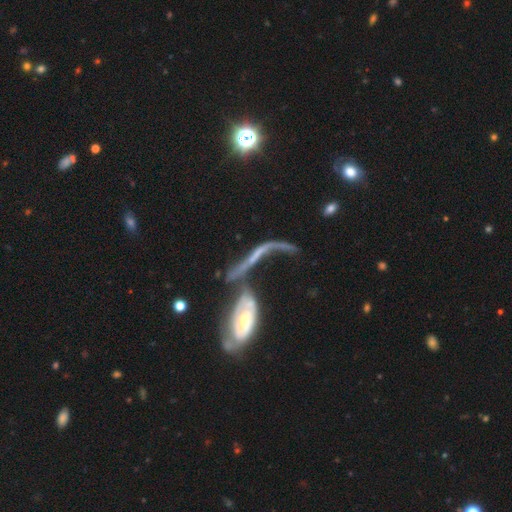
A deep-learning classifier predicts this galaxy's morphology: This appears to be a featured or disk galaxy (71%) with no bar (54%), spiral arms (66%) and a small central bulge (46%). Merging: merger (49%).